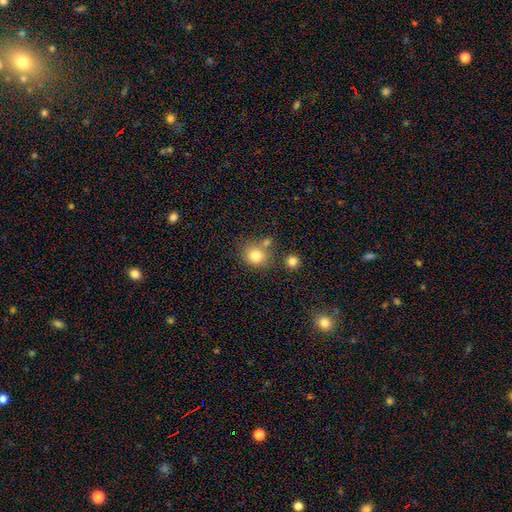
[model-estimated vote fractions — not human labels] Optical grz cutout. It shows a smooth galaxy with no disk features (80%) that is round (81%). Merging: none (67%).